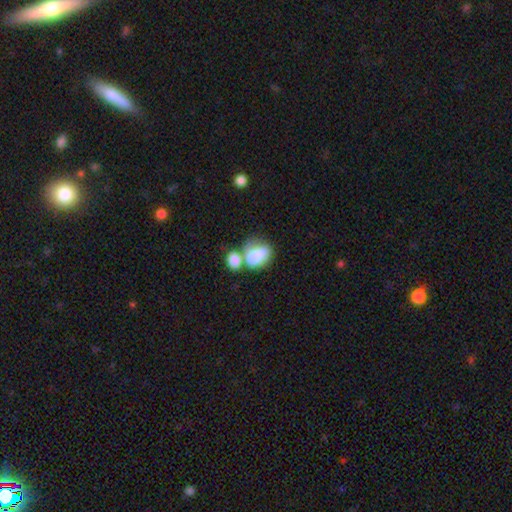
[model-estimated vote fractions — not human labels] The model was most divided on "merging": merger: 60%, none: 19%, minor disturbance: 12%, major disturbance: 9%. More confident: how rounded — in between (80%); smooth or featured — smooth (79%).